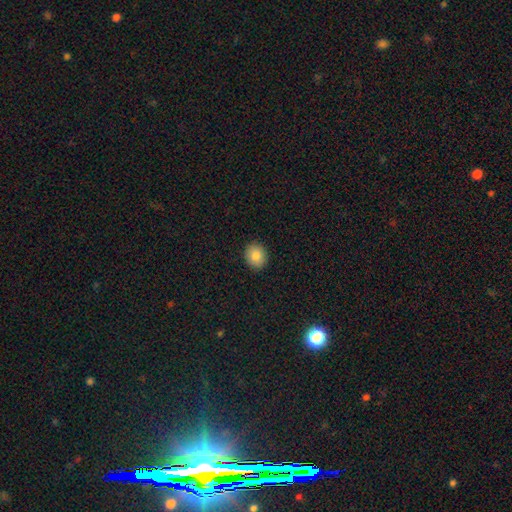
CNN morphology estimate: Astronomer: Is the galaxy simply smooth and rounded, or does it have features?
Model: smooth — 82%.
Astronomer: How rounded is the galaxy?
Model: round — 71%.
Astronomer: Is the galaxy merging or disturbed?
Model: none — 92%.